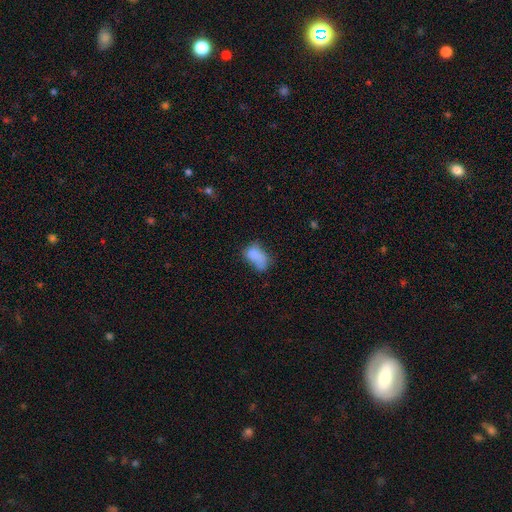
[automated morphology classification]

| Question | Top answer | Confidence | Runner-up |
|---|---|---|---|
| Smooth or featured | smooth | 75% | featured or disk (15%) |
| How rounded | in between | 86% | round (12%) |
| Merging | none | 29% | minor disturbance (28%) |